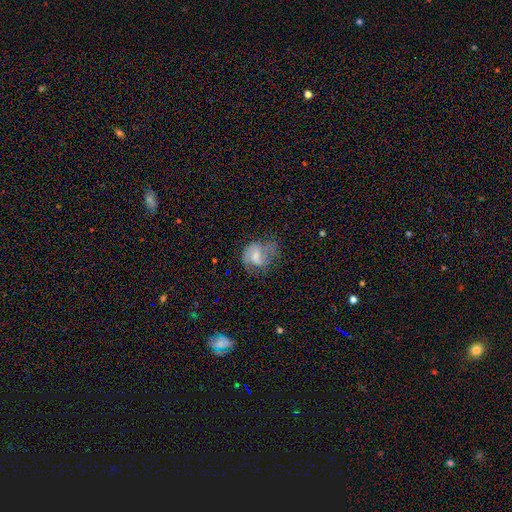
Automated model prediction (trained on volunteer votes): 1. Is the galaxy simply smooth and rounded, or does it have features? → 64% featured or disk, 28% smooth, 8% star or artifact.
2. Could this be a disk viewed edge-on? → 98% no, 2% yes.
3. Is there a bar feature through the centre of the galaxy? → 54% weak, 31% no, 15% strong.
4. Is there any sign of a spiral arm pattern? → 86% yes, 14% no.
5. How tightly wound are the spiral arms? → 47% medium, 30% loose, 23% tight.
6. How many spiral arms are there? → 65% 2, 16% can't tell, 11% 1, 5% 3, 2% 4, 2% more than 4.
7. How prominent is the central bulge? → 40% moderate (tied), 40% small (tied), 13% none, 6% large, 1% dominant.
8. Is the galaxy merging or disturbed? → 46% none, 27% minor disturbance, 25% major disturbance, 2% merger.